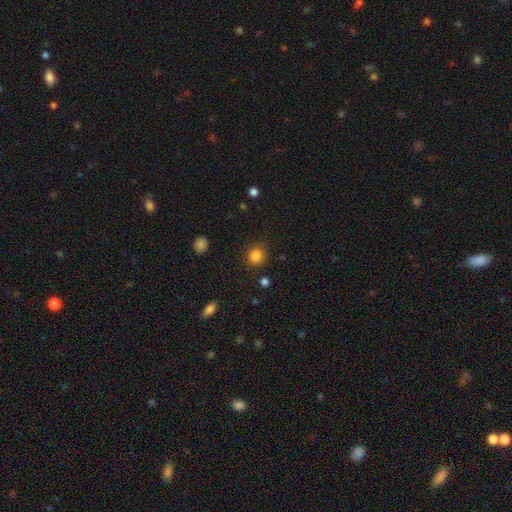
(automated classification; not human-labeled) A smooth galaxy with no disk features (85%) that is round (88%).

Vote fractions:
- Smooth or featured? smooth: 85% / star or artifact: 11% / featured or disk: 4%
- How rounded? round: 88% / in between: 11% / cigar-shaped: 1%
- Merging? none: 86% / minor disturbance: 9% / major disturbance: 3% / merger: 2%